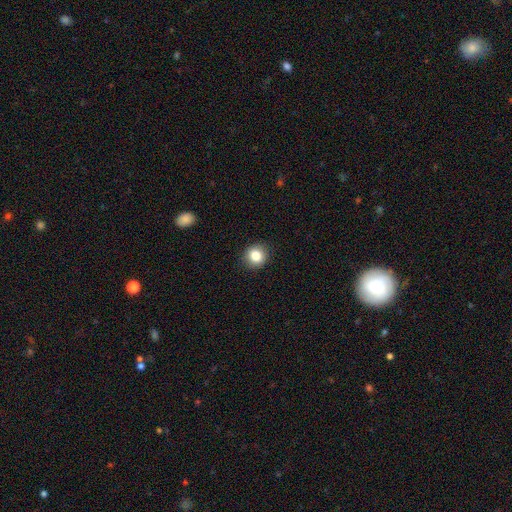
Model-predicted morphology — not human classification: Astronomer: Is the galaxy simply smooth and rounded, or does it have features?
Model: smooth — 83%.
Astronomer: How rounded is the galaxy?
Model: round — 88%.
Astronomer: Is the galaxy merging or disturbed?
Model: none — 91%.